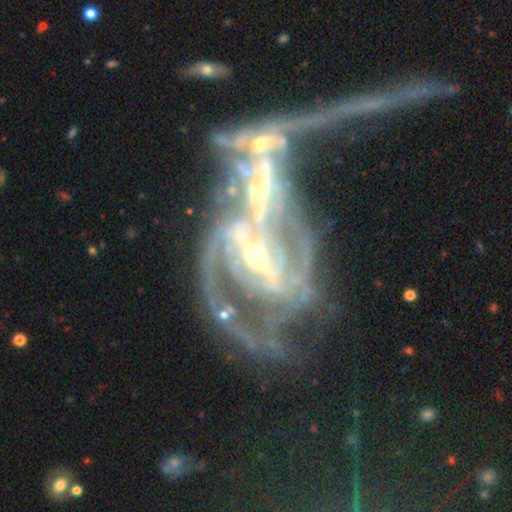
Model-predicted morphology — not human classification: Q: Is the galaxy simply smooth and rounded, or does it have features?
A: featured or disk — 88%.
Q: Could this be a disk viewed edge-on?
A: no — 97%.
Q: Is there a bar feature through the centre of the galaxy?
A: strong — 50%.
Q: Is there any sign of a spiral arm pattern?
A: yes — 93%.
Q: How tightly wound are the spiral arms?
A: medium — 43%.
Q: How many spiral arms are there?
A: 2 — 43%.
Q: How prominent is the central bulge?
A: small — 49%.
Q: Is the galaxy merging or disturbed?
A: merger — 57%.